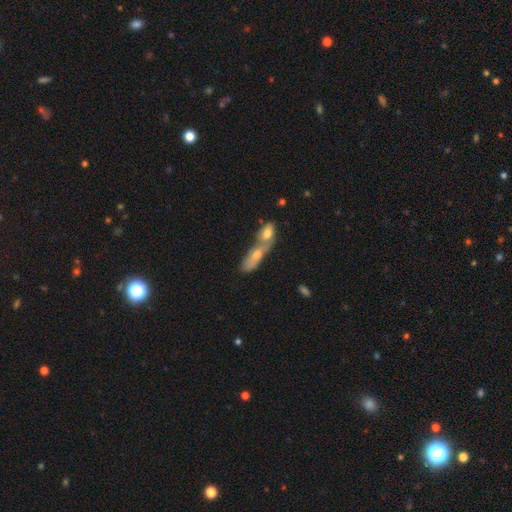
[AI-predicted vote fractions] Smooth or featured: smooth — 66% (featured or disk — 26%)
How rounded: in between — 66% (cigar-shaped — 29%)
Merging: merger — 73% (none — 16%)